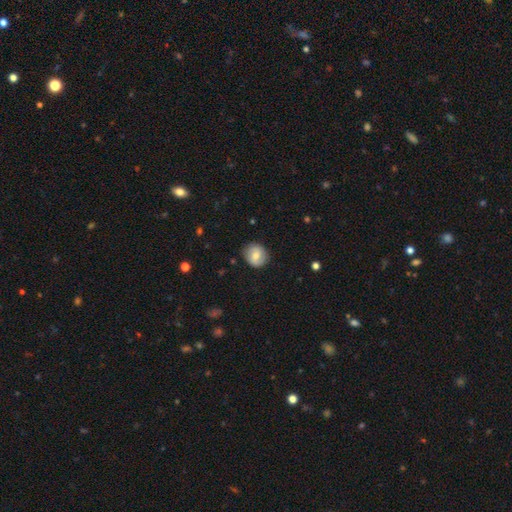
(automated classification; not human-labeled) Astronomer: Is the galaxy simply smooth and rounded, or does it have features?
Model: smooth — 62%.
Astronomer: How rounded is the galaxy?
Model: round — 82%.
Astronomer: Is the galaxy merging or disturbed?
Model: none — 84%.